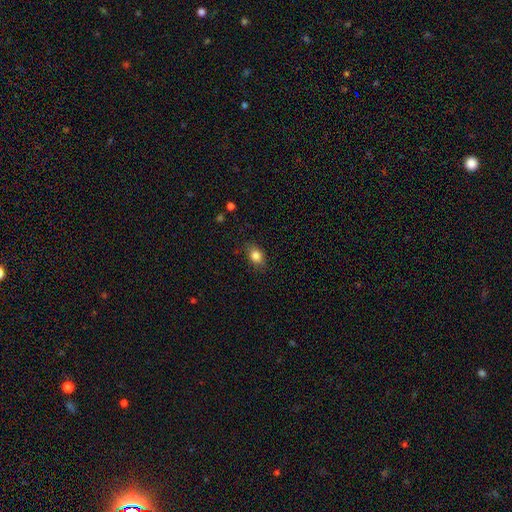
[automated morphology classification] Q: Smooth or featured?
A: smooth (84%); runner-up: star or artifact (10%)
Q: How rounded?
A: in between (67%); runner-up: round (32%)
Q: Merging?
A: none (82%); runner-up: minor disturbance (14%)